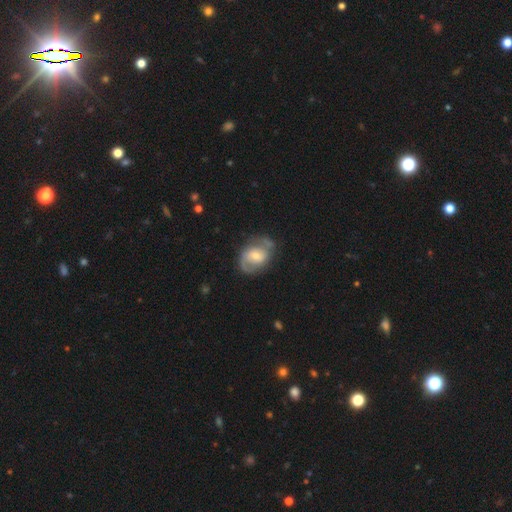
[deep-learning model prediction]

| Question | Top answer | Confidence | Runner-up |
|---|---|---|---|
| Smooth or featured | featured or disk | 72% | smooth (22%) |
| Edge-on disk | no | 97% | yes (3%) |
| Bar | no | 55% | weak (36%) |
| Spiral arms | yes | 87% | no (13%) |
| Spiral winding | medium | 48% | tight (27%) |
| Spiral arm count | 2 | 82% | can't tell (9%) |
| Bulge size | moderate | 48% | small (43%) |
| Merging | none | 67% | minor disturbance (20%) |